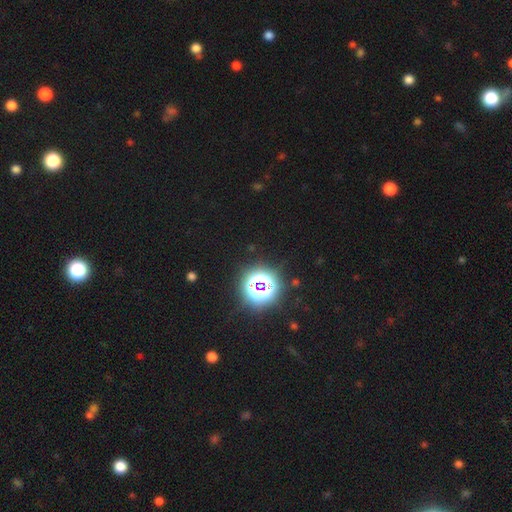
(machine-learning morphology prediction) A star or artifact, not a galaxy (83%).

Vote fractions:
- Smooth or featured? star or artifact: 83% / smooth: 11% / featured or disk: 6%